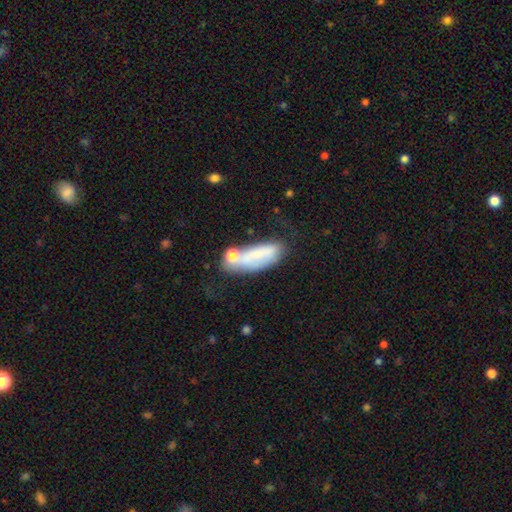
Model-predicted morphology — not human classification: smooth_or_featured: smooth (p=0.61) [alt: featured or disk p=0.30]
how_rounded: in between (p=0.70) [alt: cigar-shaped p=0.26]
merging: none (p=0.42) [alt: minor disturbance p=0.26]